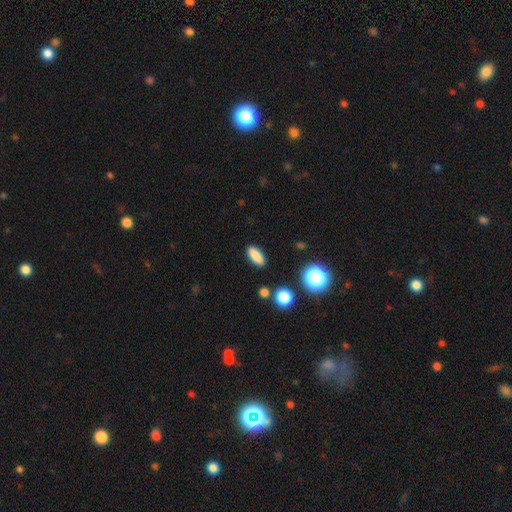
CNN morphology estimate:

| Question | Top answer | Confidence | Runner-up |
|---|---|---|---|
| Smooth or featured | smooth | 84% | star or artifact (10%) |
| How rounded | in between | 63% | cigar-shaped (32%) |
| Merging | none | 88% | minor disturbance (8%) |